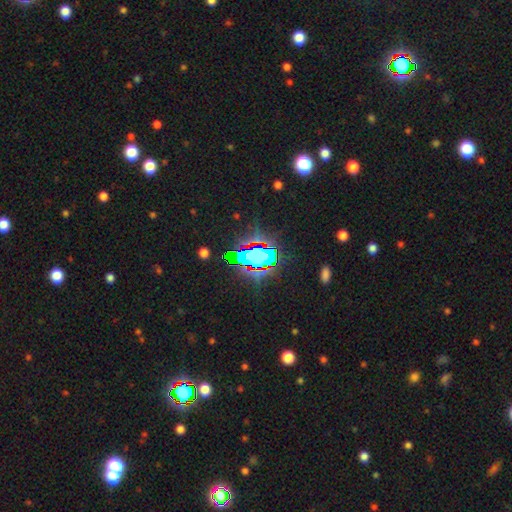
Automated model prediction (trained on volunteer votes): Smooth or featured?
  - star or artifact: 57% *
  - smooth: 24%
  - featured or disk: 19%